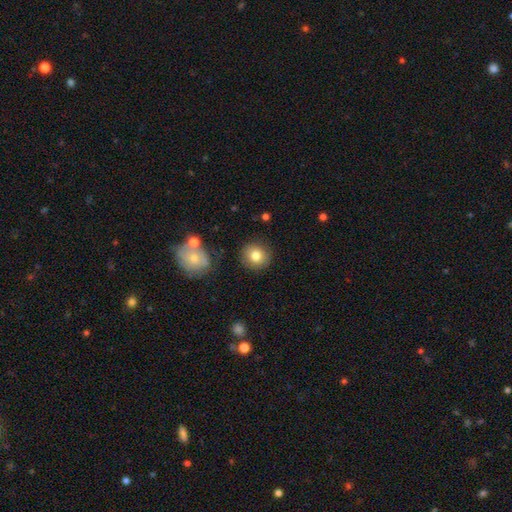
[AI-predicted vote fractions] smooth-or-featured: smooth: 80% | featured or disk: 10% | star or artifact: 10%
  how-rounded: round: 90% | in between: 9% | cigar-shaped: 1%
  merging: none: 87% | minor disturbance: 8% | major disturbance: 3% | merger: 3%